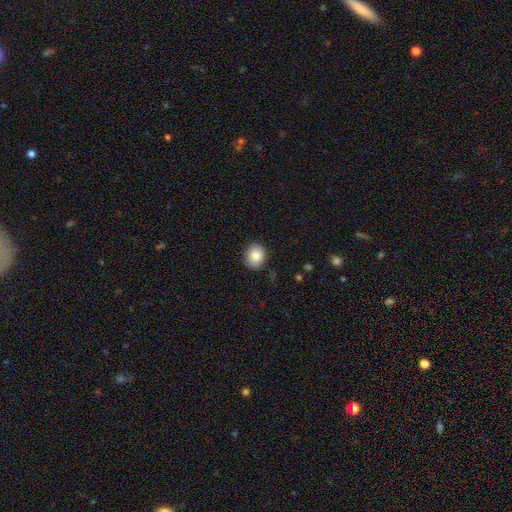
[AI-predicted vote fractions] smooth 86%, star or artifact 8%, featured or disk 6%. Down the decision tree: how rounded — round (66%); merging — none (86%).